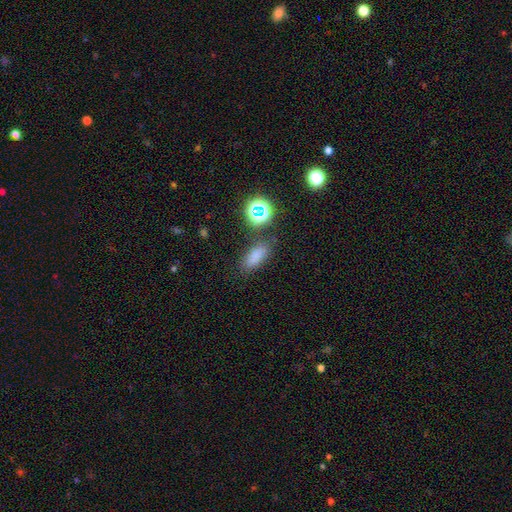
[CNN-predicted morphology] A smooth galaxy with no disk features (75%) that is in between round and cigar-shaped (74%). Merging: none (75%).